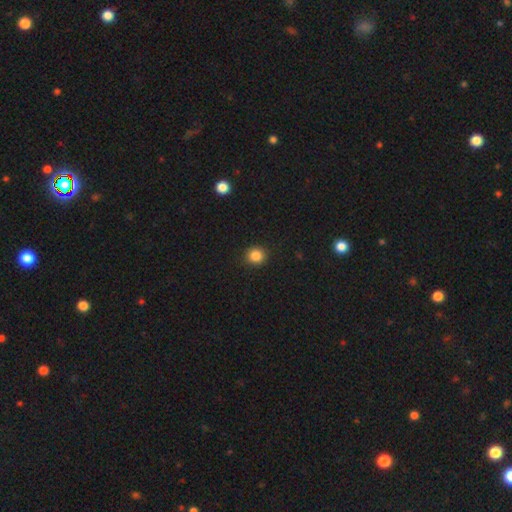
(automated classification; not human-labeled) Q: Smooth or featured?
A: smooth (85%); runner-up: star or artifact (11%)
Q: How rounded?
A: round (89%); runner-up: in between (10%)
Q: Merging?
A: none (91%); runner-up: minor disturbance (6%)